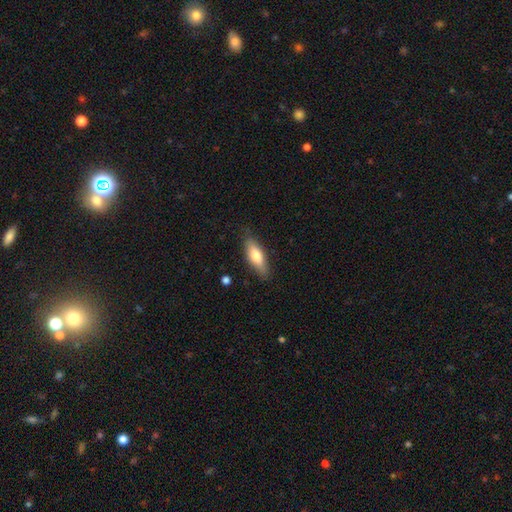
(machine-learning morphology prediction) A smooth galaxy with no disk features (69%) that is in between round and cigar-shaped (56%). Merging: none (84%).